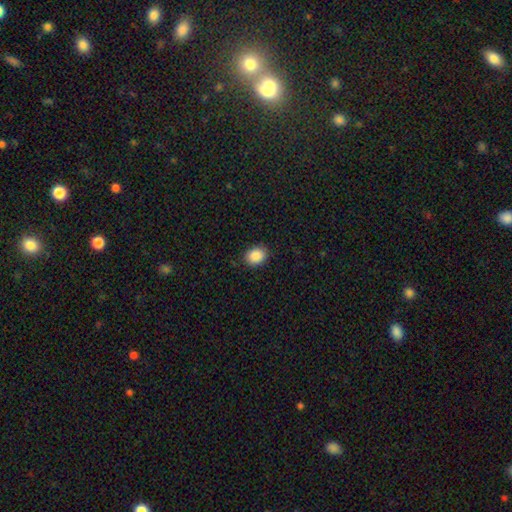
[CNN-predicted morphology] Smooth or featured: smooth — 88% (star or artifact — 8%)
How rounded: in between — 50% (round — 49%)
Merging: none — 88% (minor disturbance — 8%)